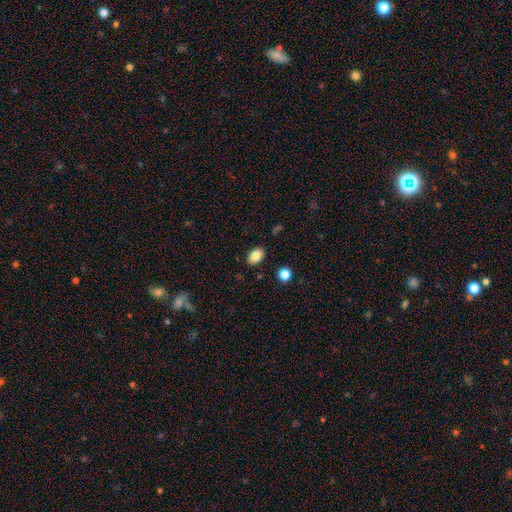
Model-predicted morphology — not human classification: smooth 84%, star or artifact 8%, featured or disk 8%. Down the decision tree: how rounded — in between (83%); merging — none (87%).